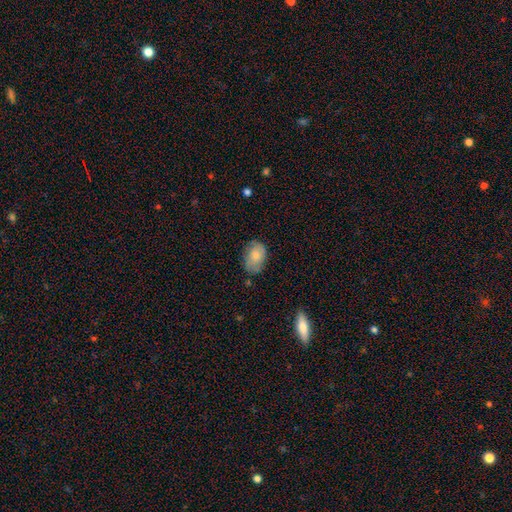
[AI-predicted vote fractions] A smooth galaxy with no disk features (75%) that is in between round and cigar-shaped (84%).

Vote fractions:
- Smooth or featured? smooth: 75% / featured or disk: 18% / star or artifact: 7%
- How rounded? in between: 84% / round: 15% / cigar-shaped: 1%
- Merging? none: 69% / minor disturbance: 24% / major disturbance: 5% / merger: 2%